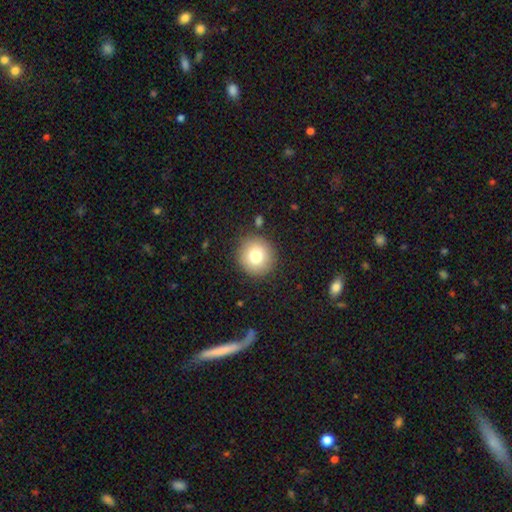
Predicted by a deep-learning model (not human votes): Smooth or featured?
  - smooth: 78% *
  - featured or disk: 11%
  - star or artifact: 11%
How rounded?
  - round: 93% *
  - in between: 6%
  - cigar-shaped: 1%
Merging?
  - none: 89% *
  - minor disturbance: 7%
  - major disturbance: 3%
  - merger: 2%